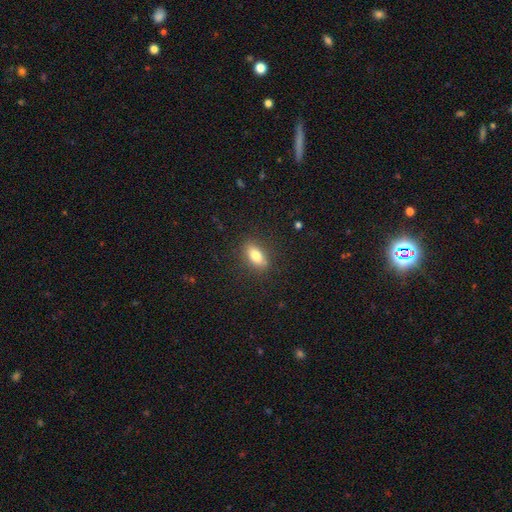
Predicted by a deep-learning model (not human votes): Smooth or featured? Predicted: smooth (p=0.80). How rounded? Predicted: in between (p=0.83). Merging? Predicted: none (p=0.85).